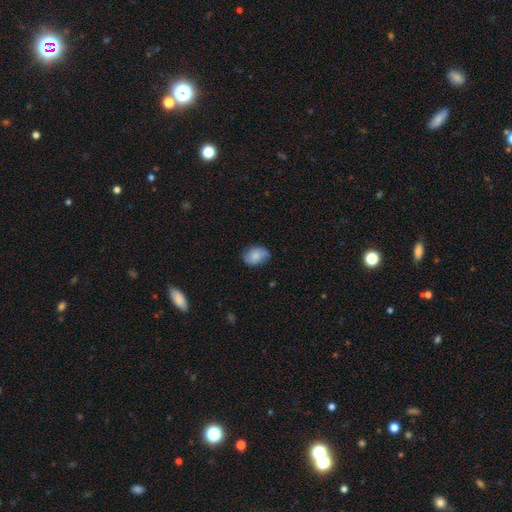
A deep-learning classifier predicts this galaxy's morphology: smooth 76%, featured or disk 16%, star or artifact 8%. Down the decision tree: how rounded — in between (76%); merging — none (75%).